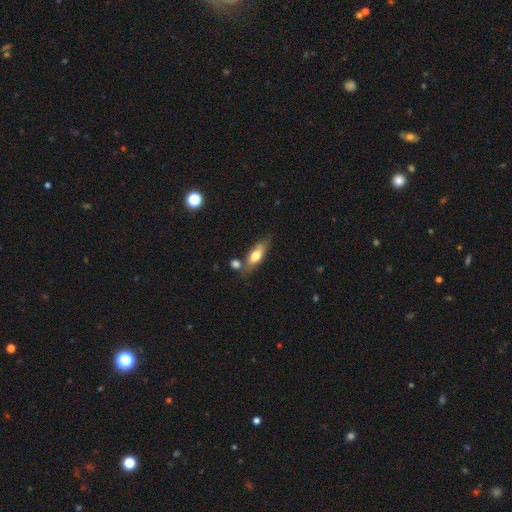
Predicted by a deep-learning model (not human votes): A smooth galaxy with no disk features (65%) that is in between round and cigar-shaped (64%). Merging: none (61%).